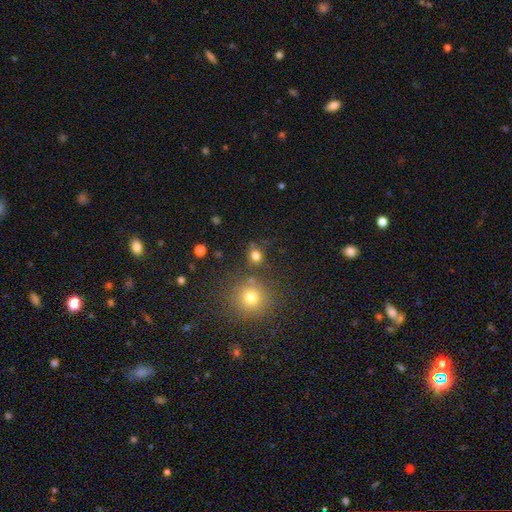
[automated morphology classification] smooth_or_featured: smooth (p=0.76) [alt: star or artifact p=0.18]
how_rounded: round (p=0.76) [alt: in between p=0.22]
merging: none (p=0.74) [alt: minor disturbance p=0.12]